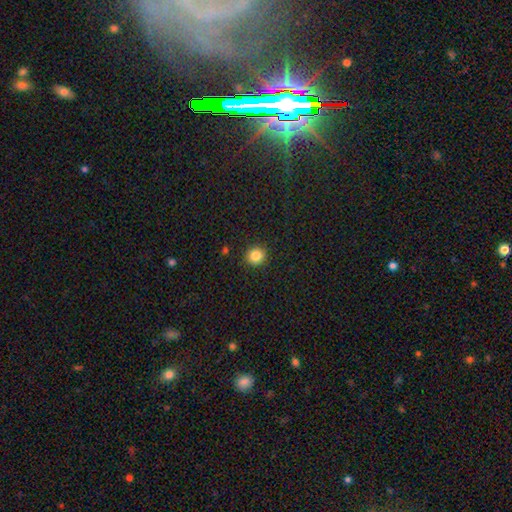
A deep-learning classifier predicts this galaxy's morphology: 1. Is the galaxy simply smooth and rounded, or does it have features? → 85% smooth, 10% star or artifact, 5% featured or disk.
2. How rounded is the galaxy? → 85% round, 14% in between, 1% cigar-shaped.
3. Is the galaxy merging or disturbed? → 91% none, 6% minor disturbance, 2% major disturbance, 1% merger.